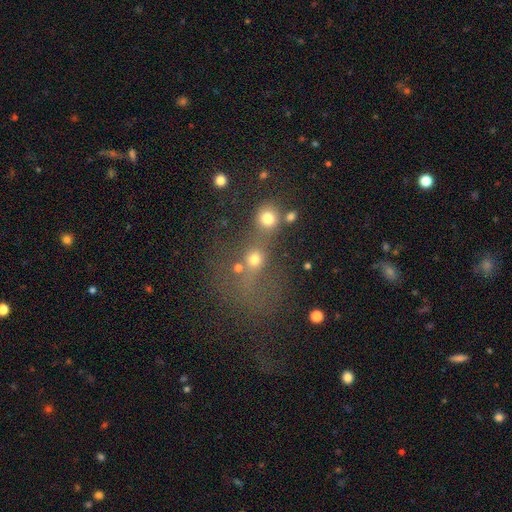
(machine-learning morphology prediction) A star or artifact, not a galaxy (43%).

Vote fractions:
- Smooth or featured? star or artifact: 43% / smooth: 35% / featured or disk: 22%